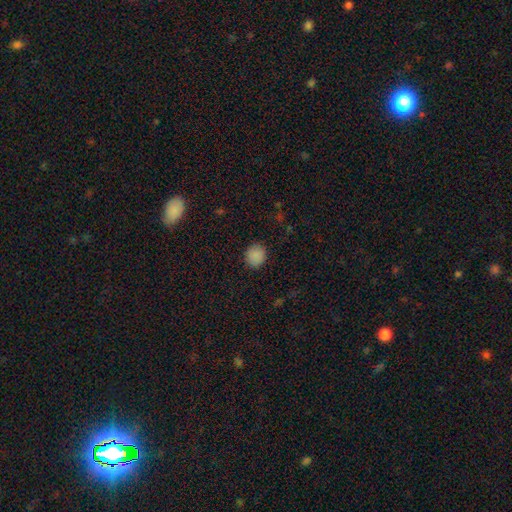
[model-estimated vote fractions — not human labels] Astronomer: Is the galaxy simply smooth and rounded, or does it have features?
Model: smooth — 88%.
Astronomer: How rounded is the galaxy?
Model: round — 83%.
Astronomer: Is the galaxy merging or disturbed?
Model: none — 89%.